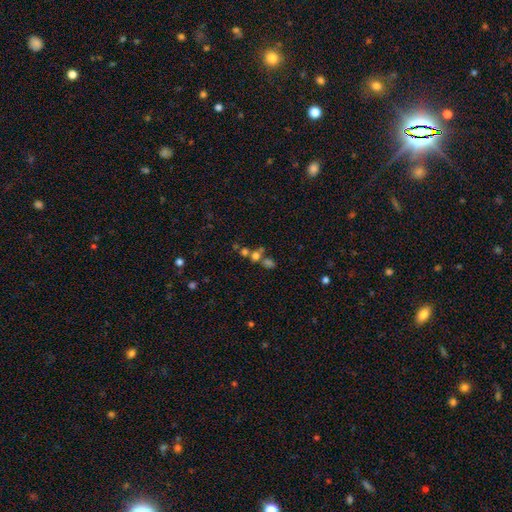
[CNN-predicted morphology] Smooth or featured? smooth (58%)
How rounded? round (65%)
Merging? merger (45%)